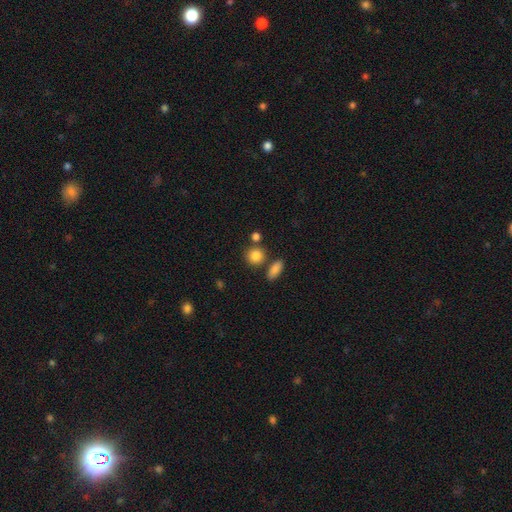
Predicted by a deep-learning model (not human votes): A smooth galaxy with no disk features (85%) that is round (82%). Merging: none (73%).